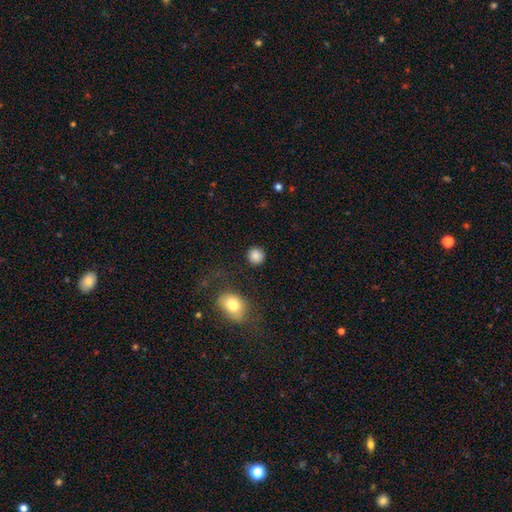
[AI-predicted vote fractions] Q: Smooth or featured?
A: smooth (86%); runner-up: star or artifact (10%)
Q: How rounded?
A: round (90%); runner-up: in between (9%)
Q: Merging?
A: none (87%); runner-up: minor disturbance (7%)